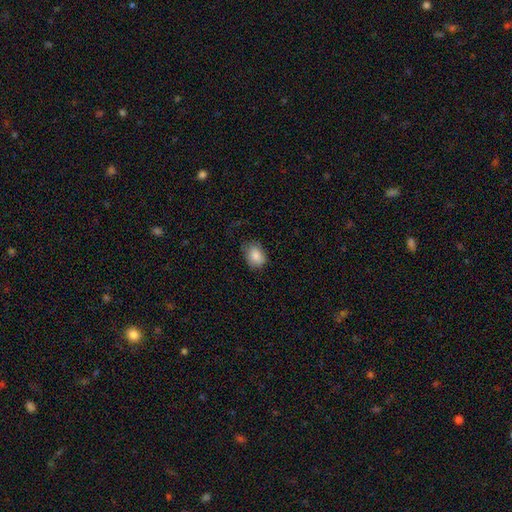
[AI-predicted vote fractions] smooth 84%, featured or disk 8%, star or artifact 8%. Down the decision tree: how rounded — in between (69%); merging — none (66%).